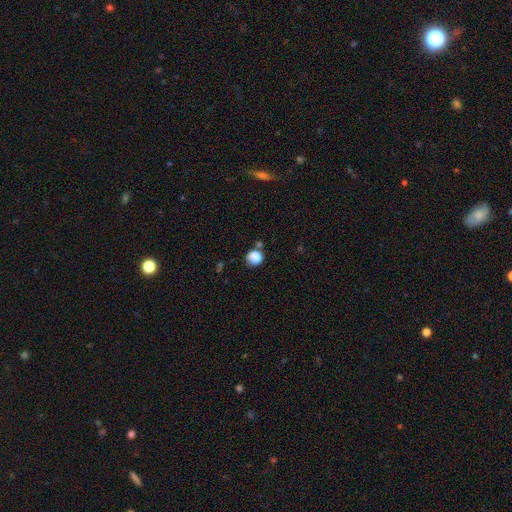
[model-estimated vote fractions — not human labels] smooth 82%, star or artifact 10%, featured or disk 8%. Down the decision tree: how rounded — round (79%); merging — none (55%).